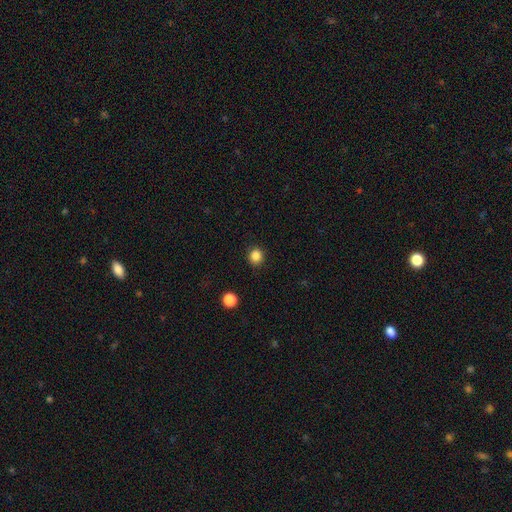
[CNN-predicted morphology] type=smooth (85%); roundness=round (90%); merging=none (91%).